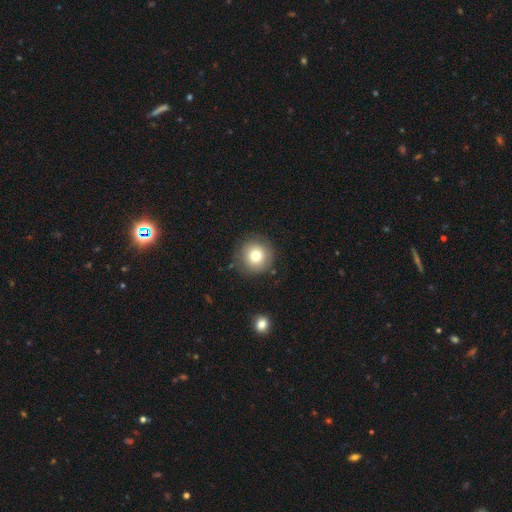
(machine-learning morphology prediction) smooth-or-featured: smooth: 76% | featured or disk: 13% | star or artifact: 11%
  how-rounded: round: 95% | in between: 4% | cigar-shaped: 1%
  merging: none: 85% | minor disturbance: 9% | major disturbance: 3% | merger: 2%